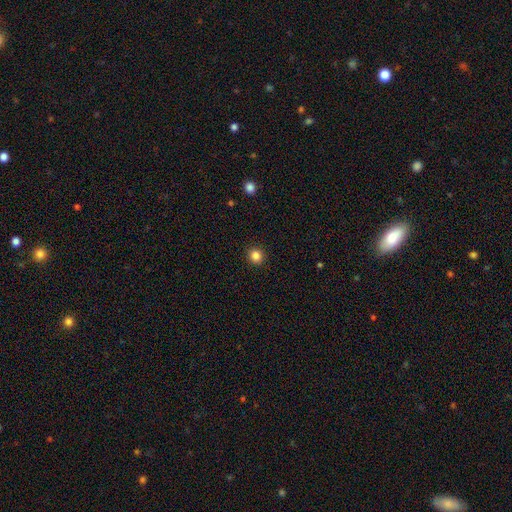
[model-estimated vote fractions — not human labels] This appears to be a smooth galaxy with no disk features (85%) that is round (89%). Merging: none (92%).